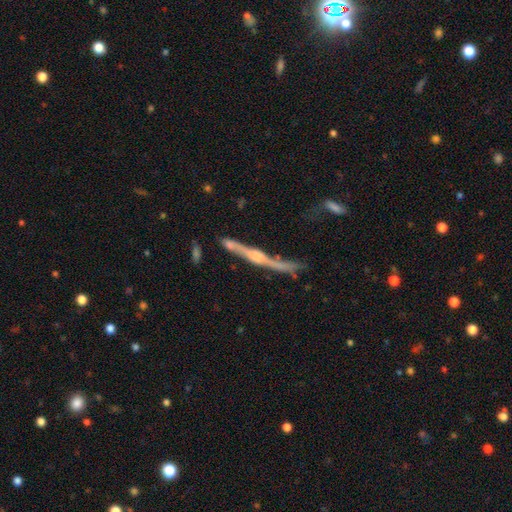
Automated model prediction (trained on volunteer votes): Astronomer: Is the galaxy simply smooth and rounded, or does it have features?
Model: featured or disk — 79%.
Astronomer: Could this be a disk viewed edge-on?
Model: yes — 92%.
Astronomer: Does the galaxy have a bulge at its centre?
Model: rounded — 69%.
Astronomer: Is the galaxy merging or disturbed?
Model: none — 56%.